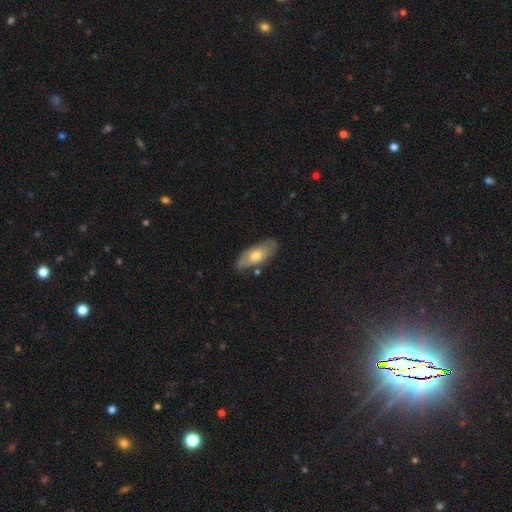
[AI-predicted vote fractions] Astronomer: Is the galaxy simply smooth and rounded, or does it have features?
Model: smooth — 56% (runner-up: featured or disk, 37%).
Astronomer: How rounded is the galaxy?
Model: in between — 81%.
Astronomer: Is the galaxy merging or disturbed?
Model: none — 81%.